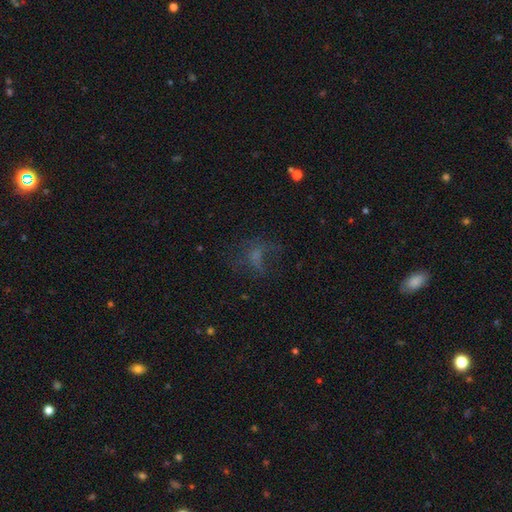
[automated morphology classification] Smooth or featured?
  - smooth: 42% *
  - featured or disk: 32%
  - star or artifact: 26%
Merging?
  - none: 42% *
  - major disturbance: 37%
  - minor disturbance: 18%
  - merger: 3%